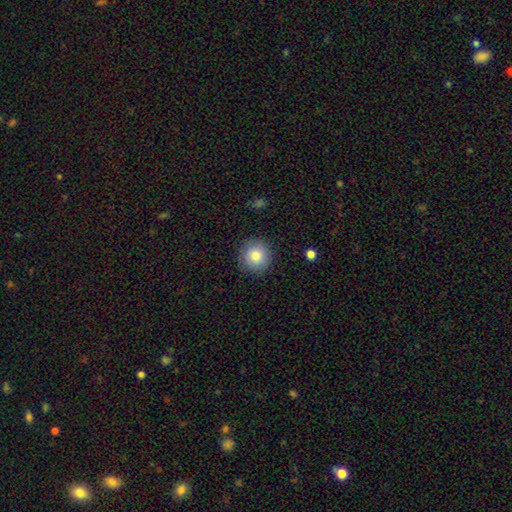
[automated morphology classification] A smooth galaxy with no disk features (82%) that is round (94%). Merging: none (88%).